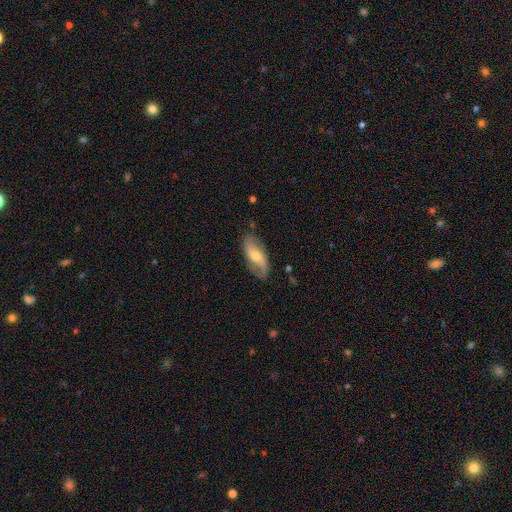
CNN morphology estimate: type=featured or disk (64%); edge-on=no (91%); bar=no (45%); spiral arms=yes (87%); winding=loose (58%); arm count=2 (82%); bulge=moderate (59%); merging=none (73%).